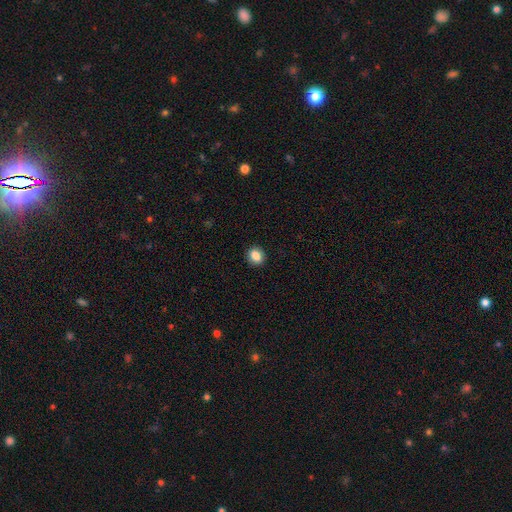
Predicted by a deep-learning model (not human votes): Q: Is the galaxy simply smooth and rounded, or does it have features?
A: smooth — 86%.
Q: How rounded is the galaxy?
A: round — 62%.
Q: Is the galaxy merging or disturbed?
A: none — 90%.